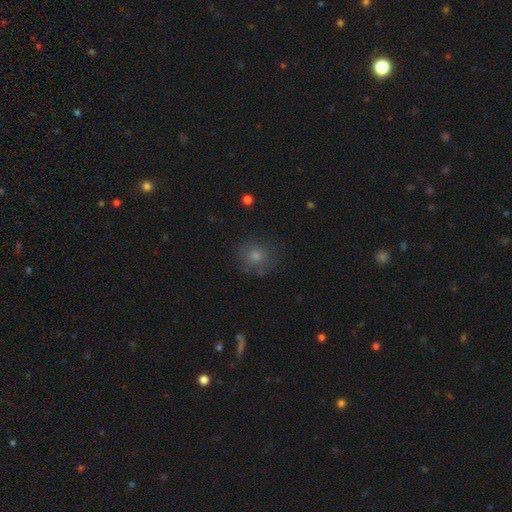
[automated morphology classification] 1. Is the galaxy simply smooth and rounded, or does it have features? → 66% smooth, 21% star or artifact, 13% featured or disk.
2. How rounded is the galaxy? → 86% round, 13% in between, 1% cigar-shaped.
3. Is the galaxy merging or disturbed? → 80% none, 13% minor disturbance, 5% major disturbance, 2% merger.